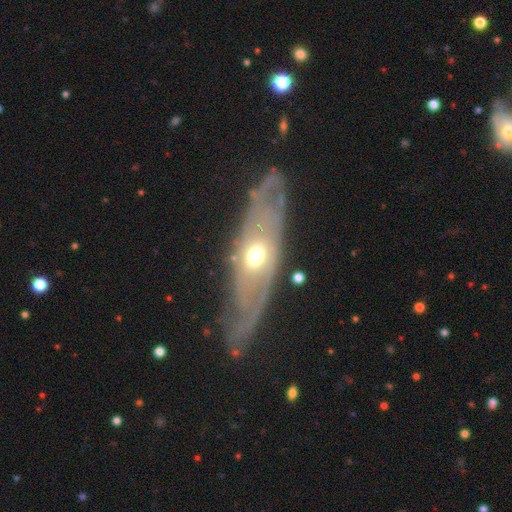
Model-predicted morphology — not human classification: A featured or disk galaxy (72%) with no bar (78%), no spiral arms (54%) and a moderate central bulge (69%).

Vote fractions:
- Smooth or featured? featured or disk: 72% / smooth: 22% / star or artifact: 7%
- Edge-on disk? no: 73% / yes: 27%
- Bar? no: 78% / weak: 16% / strong: 6%
- Spiral arms? no: 54% / yes: 46%
- Bulge size? moderate: 69% / small: 17% / large: 11% / dominant: 2% / none: 1%
- Merging? none: 61% / minor disturbance: 18% / major disturbance: 17% / merger: 4%